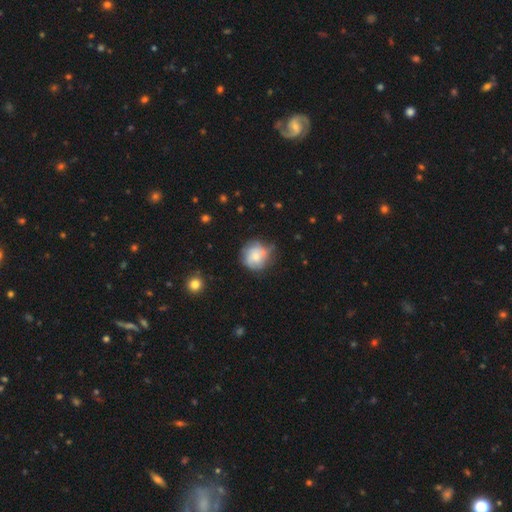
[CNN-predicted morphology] Smooth or featured: smooth — 56% (featured or disk — 36%)
How rounded: round — 86% (in between — 13%)
Merging: none — 57% (minor disturbance — 29%)